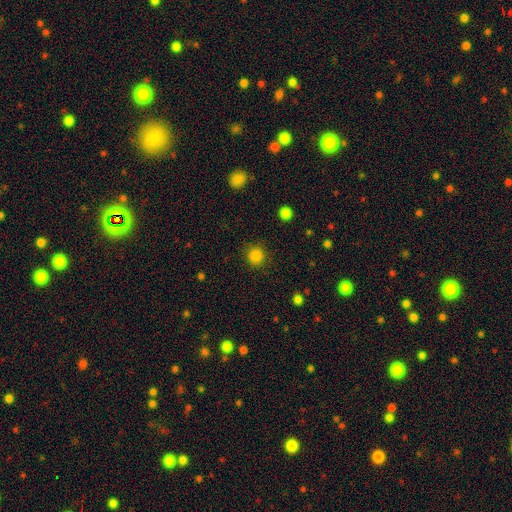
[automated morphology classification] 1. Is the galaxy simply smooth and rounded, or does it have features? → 84% smooth, 13% star or artifact, 3% featured or disk.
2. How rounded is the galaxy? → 92% round, 7% in between, 1% cigar-shaped.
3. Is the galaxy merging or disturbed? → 88% none, 8% minor disturbance, 3% major disturbance, 1% merger.